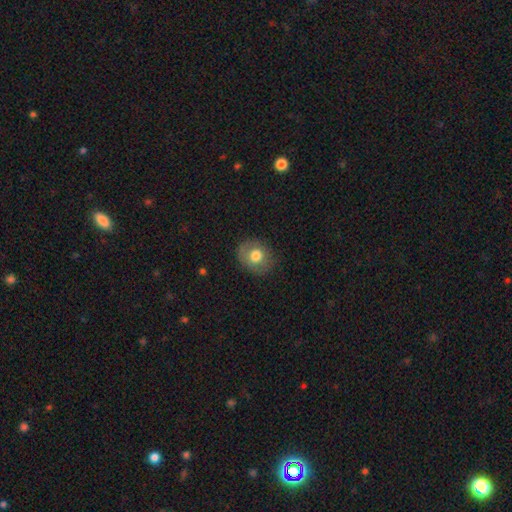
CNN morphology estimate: smooth 72%, featured or disk 19%, star or artifact 8%. Down the decision tree: how rounded — round (67%); merging — none (79%).